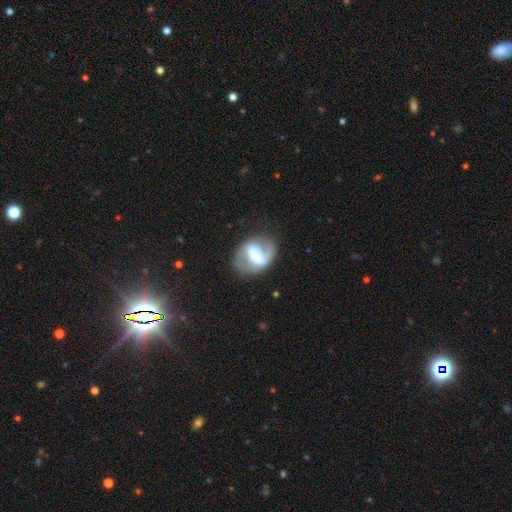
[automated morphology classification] This appears to be a featured or disk galaxy (66%) with a strong bar (55%), spiral arms (67%) and a moderate central bulge (35%). Merging: none (58%).